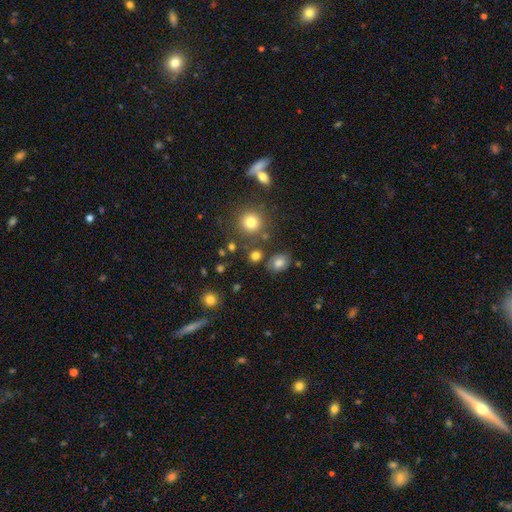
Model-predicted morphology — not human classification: The model was most divided on "how rounded": round: 72%, in between: 27%, cigar-shaped: 1%. More confident: smooth or featured — smooth (76%); merging — none (76%).